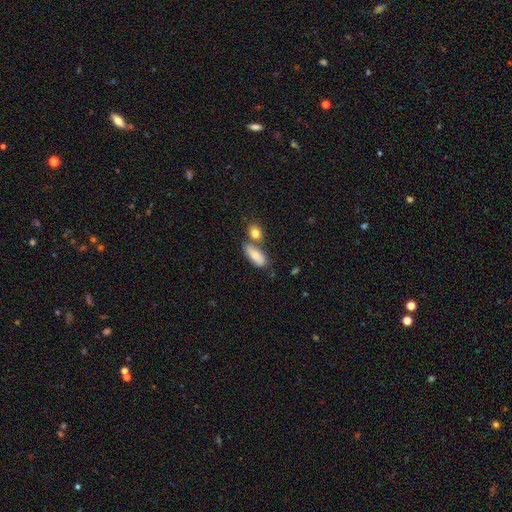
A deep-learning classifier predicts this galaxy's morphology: Smooth or featured? Predicted: smooth (p=0.77). How rounded? Predicted: in between (p=0.74). Merging? Predicted: none (p=0.52).